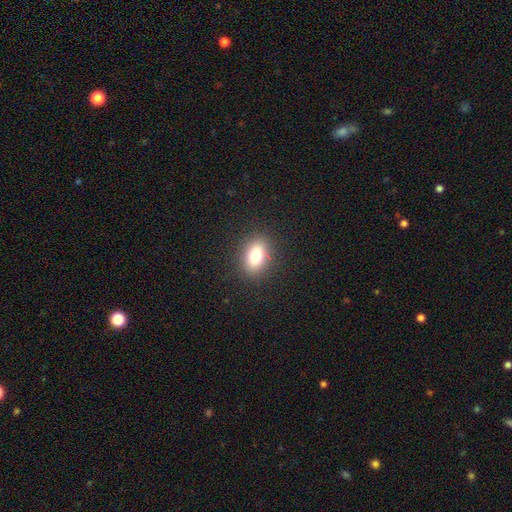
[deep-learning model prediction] Q: Smooth or featured?
A: smooth (78%); runner-up: featured or disk (12%)
Q: How rounded?
A: in between (78%); runner-up: round (20%)
Q: Merging?
A: none (87%); runner-up: minor disturbance (9%)